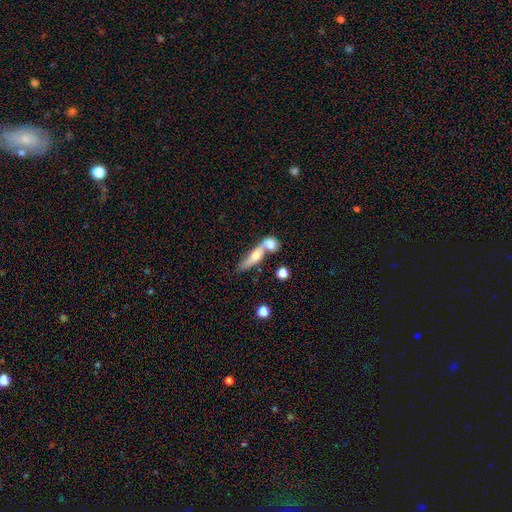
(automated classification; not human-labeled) Overall: smooth (57%; featured or disk 35%). How rounded: cigar-shaped (52%; in between 40%). Merging: merger (56%; none 29%).